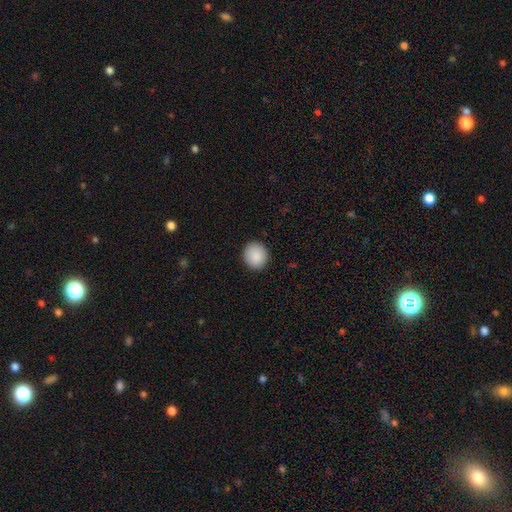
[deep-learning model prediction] Smooth or featured?
  - smooth: 89% *
  - star or artifact: 7%
  - featured or disk: 3%
How rounded?
  - round: 87% *
  - in between: 12%
  - cigar-shaped: 1%
Merging?
  - none: 91% *
  - minor disturbance: 7%
  - major disturbance: 2%
  - merger: 1%